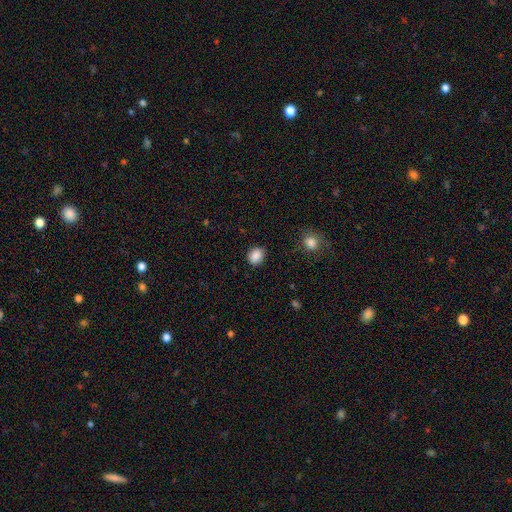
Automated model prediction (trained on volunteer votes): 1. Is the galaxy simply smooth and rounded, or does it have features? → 87% smooth, 9% star or artifact, 4% featured or disk.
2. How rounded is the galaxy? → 57% round, 42% in between, 1% cigar-shaped.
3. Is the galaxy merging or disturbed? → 86% none, 10% minor disturbance, 3% major disturbance, 1% merger.